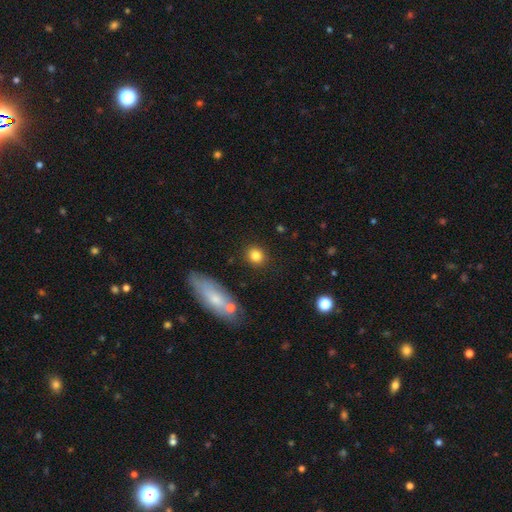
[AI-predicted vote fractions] smooth_or_featured: smooth (p=0.84) [alt: star or artifact p=0.10]
how_rounded: round (p=0.80) [alt: in between p=0.18]
merging: none (p=0.88) [alt: minor disturbance p=0.07]